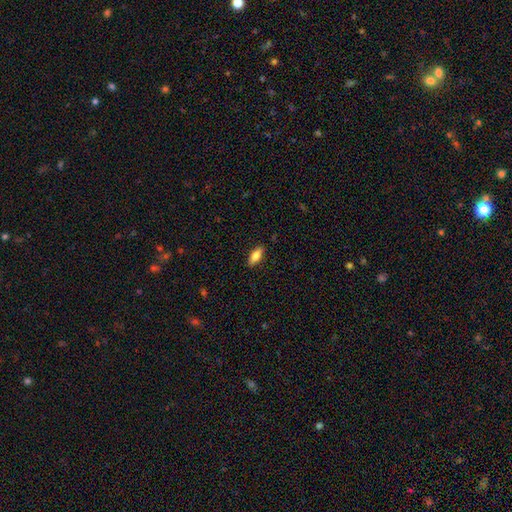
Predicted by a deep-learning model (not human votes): Smooth or featured: smooth — 76% (featured or disk — 18%)
How rounded: in between — 74% (cigar-shaped — 23%)
Merging: none — 88% (minor disturbance — 9%)